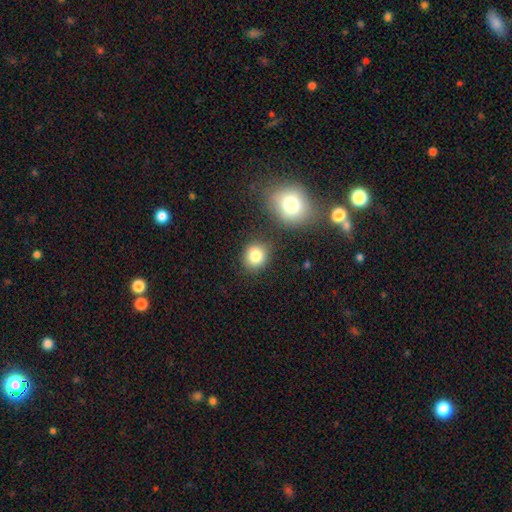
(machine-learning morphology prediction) Smooth or featured? smooth (81%)
How rounded? round (79%)
Merging? none (79%)